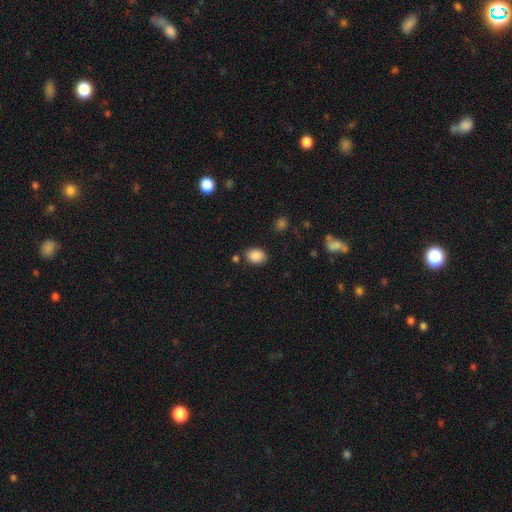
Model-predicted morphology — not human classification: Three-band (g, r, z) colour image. It shows a smooth galaxy with no disk features (88%) that is in between round and cigar-shaped (70%). Merging: none (82%).